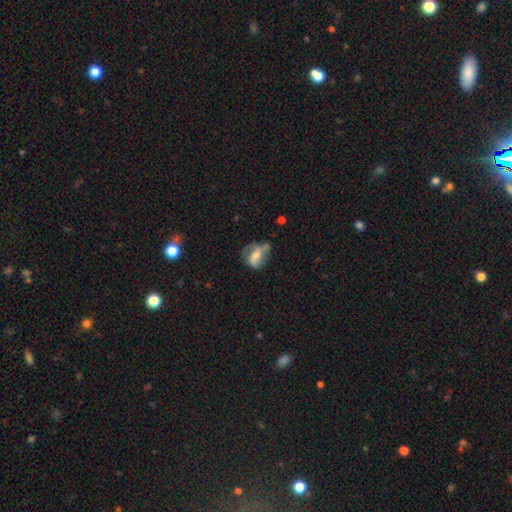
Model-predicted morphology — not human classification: The model was most divided on "merging": none: 35%, minor disturbance: 29%, major disturbance: 28%, merger: 8%. Remaining: smooth or featured — featured or disk (49%).